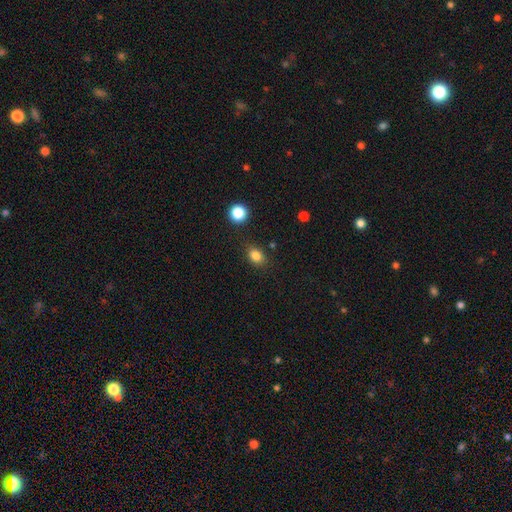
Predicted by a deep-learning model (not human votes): The model was most divided on "how rounded": in between: 65%, round: 34%, cigar-shaped: 1%. More confident: smooth or featured — smooth (83%); merging — none (82%).